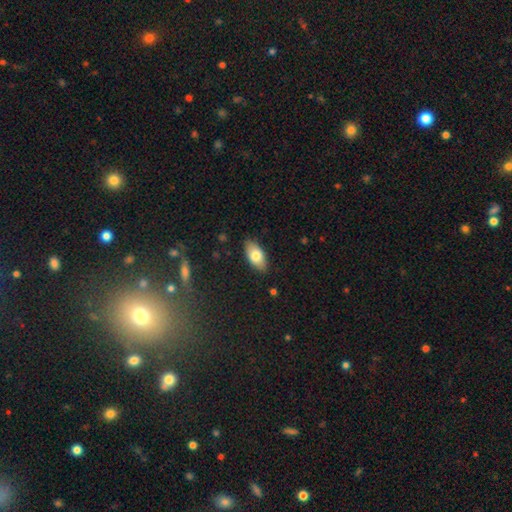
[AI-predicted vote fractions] This appears to be a smooth galaxy with no disk features (78%) that is in between round and cigar-shaped (92%). Merging: none (86%).